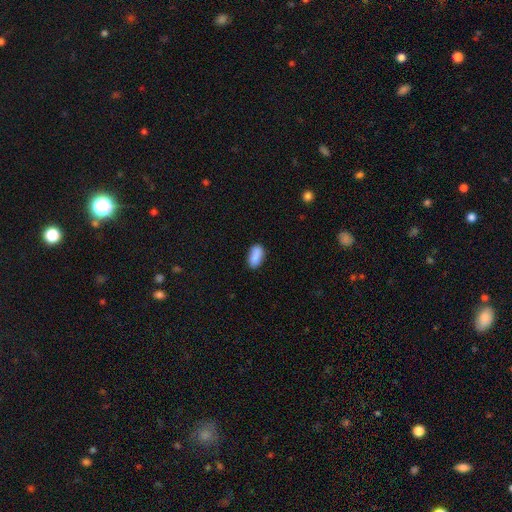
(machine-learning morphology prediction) A smooth galaxy with no disk features (86%) that is in between round and cigar-shaped (90%). Merging: none (77%).